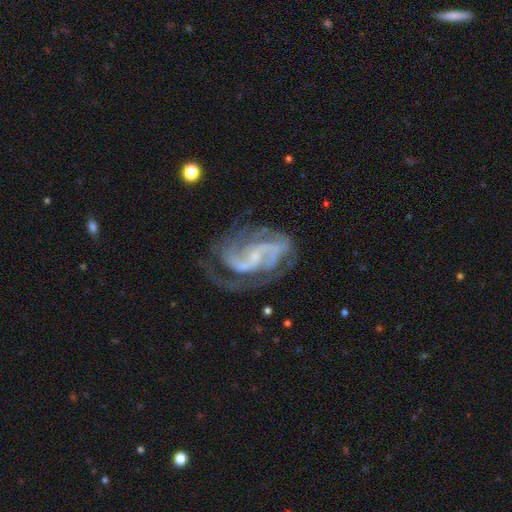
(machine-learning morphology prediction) This is clearly a featured or disk galaxy (89%). It is clearly not viewed edge-on (98%). Bar: possibly weak (45%). Spiral arm pattern: clearly yes (96%). Spiral arm count: possibly 2 (58%). Spiral winding: possibly medium (52%). Central bulge: likely small (73%). Merging: possibly none (58%).